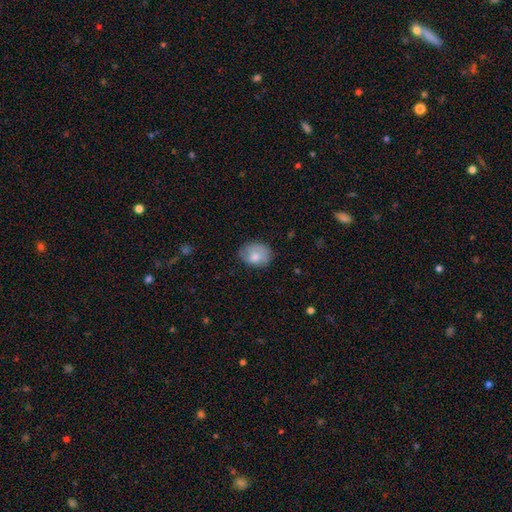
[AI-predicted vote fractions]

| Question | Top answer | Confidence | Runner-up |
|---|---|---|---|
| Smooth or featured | smooth | 77% | featured or disk (16%) |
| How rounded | in between | 60% | round (39%) |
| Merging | none | 66% | minor disturbance (25%) |